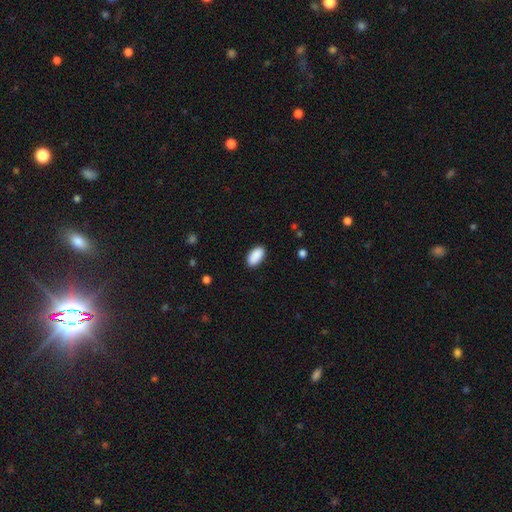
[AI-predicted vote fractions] This is clearly a smooth galaxy (91%). How rounded: clearly in between (95%). Merging: clearly none (87%).